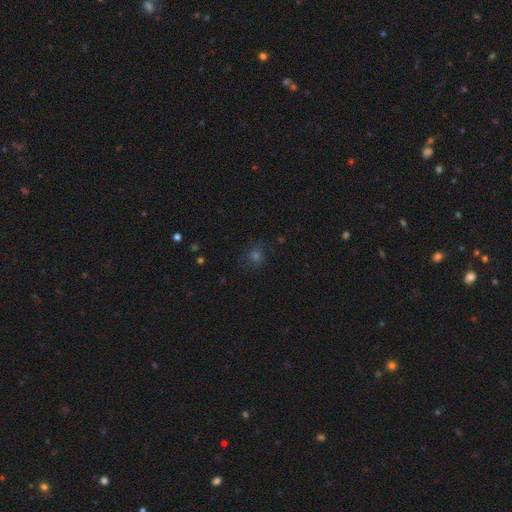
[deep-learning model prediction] A smooth galaxy with no disk features (49%). Merging: none (80%).